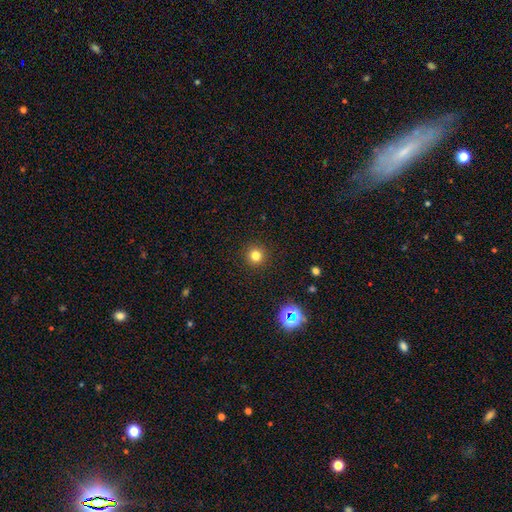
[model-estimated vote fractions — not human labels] smooth-or-featured: smooth: 78% | star or artifact: 16% | featured or disk: 6%
  how-rounded: round: 95% | in between: 4% | cigar-shaped: 1%
  merging: none: 92% | minor disturbance: 5% | major disturbance: 2% | merger: 1%